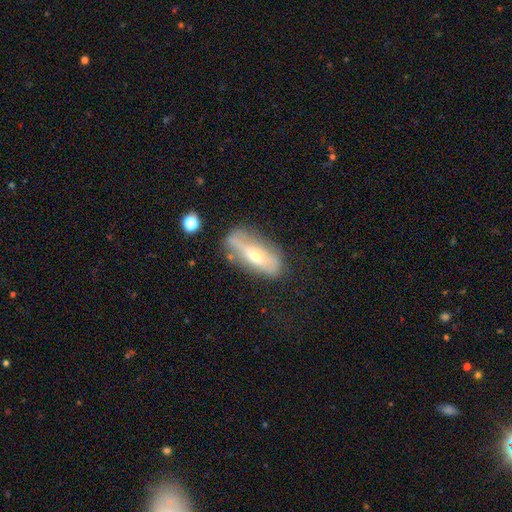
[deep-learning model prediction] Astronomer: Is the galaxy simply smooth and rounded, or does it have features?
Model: featured or disk — 52% (runner-up: smooth, 40%).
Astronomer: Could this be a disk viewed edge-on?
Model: no — 54% (runner-up: yes, 46%).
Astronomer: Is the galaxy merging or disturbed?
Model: none — 56%.